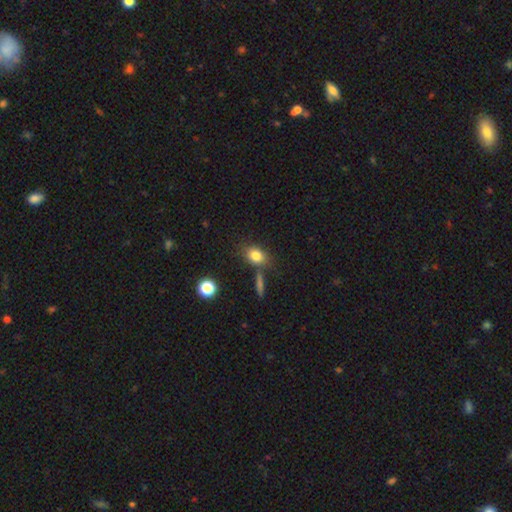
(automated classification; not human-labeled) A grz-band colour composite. It shows a smooth galaxy with no disk features (81%) that is in between round and cigar-shaped (61%). Merging: none (68%).